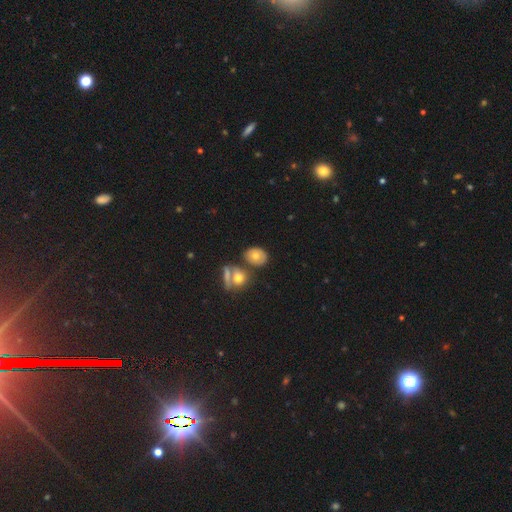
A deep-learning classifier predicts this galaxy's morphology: Smooth or featured?
  - smooth: 65% *
  - featured or disk: 24%
  - star or artifact: 11%
How rounded?
  - in between: 64% *
  - round: 34%
  - cigar-shaped: 2%
Merging?
  - none: 66% *
  - merger: 17%
  - minor disturbance: 13%
  - major disturbance: 4%